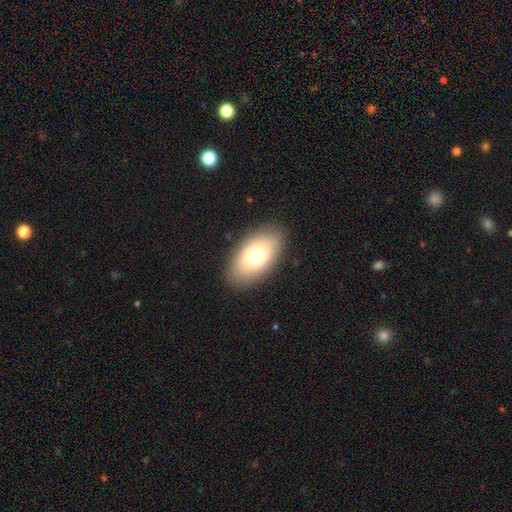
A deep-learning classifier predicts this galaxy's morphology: Smooth or featured? Predicted: smooth (p=0.71). How rounded? Predicted: in between (p=0.94). Merging? Predicted: none (p=0.86).